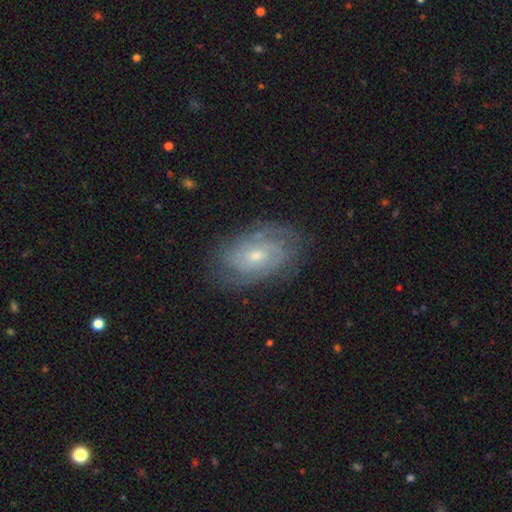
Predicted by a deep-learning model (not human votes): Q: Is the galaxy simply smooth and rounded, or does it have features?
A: featured or disk — 81%.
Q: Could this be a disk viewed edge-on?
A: no — 96%.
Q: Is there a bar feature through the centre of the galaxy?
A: no — 67%.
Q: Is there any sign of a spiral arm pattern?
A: yes — 94%.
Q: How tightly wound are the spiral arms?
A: tight — 68%.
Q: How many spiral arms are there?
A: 2 — 35%.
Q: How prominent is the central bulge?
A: small — 60%.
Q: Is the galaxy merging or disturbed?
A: none — 78%.